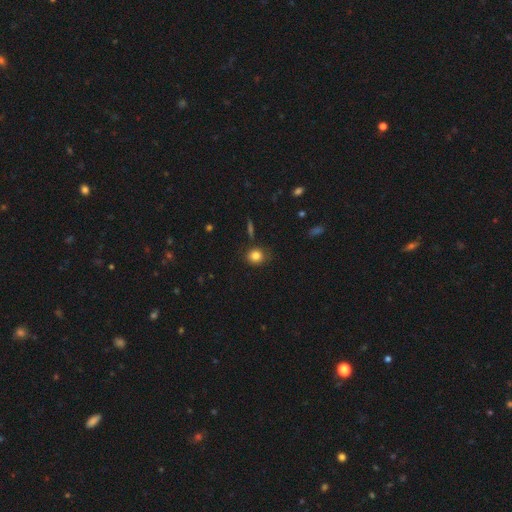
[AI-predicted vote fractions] Overall: smooth (83%). How rounded: round (79%). Merging: none (80%).